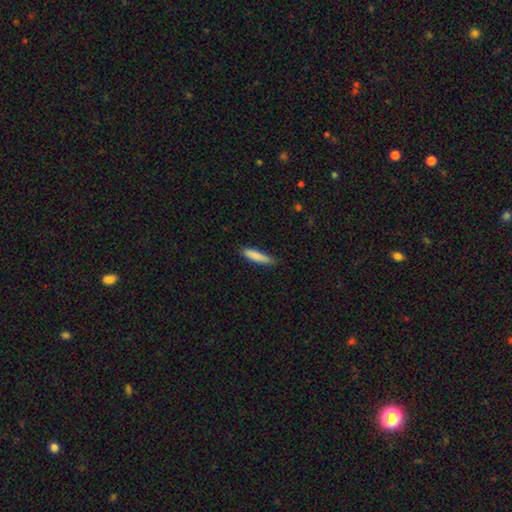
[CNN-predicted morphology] smooth_or_featured: smooth (p=0.84) [alt: featured or disk p=0.09]
how_rounded: cigar-shaped (p=0.82) [alt: in between p=0.17]
merging: none (p=0.80) [alt: minor disturbance p=0.16]